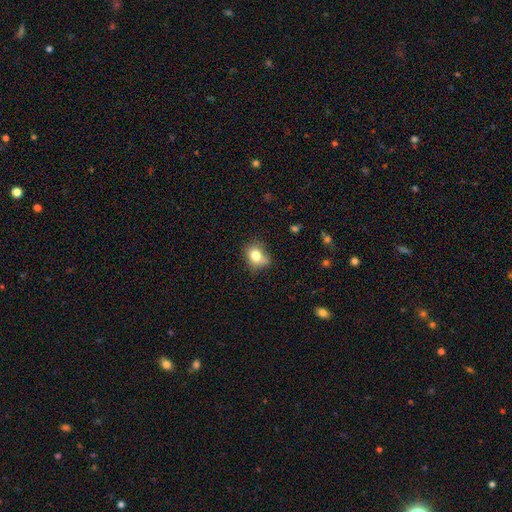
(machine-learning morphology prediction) Overall: smooth (77%). How rounded: in between (52%; round 47%). Merging: none (54%; minor disturbance 32%).